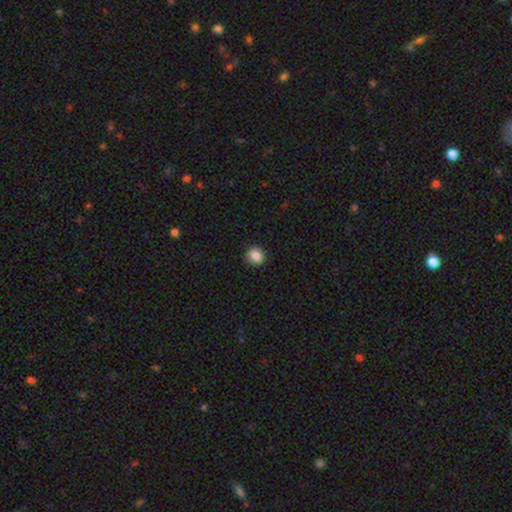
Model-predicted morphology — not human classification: A smooth galaxy with no disk features (86%) that is round (81%).

Vote fractions:
- Smooth or featured? smooth: 86% / star or artifact: 10% / featured or disk: 4%
- How rounded? round: 81% / in between: 18% / cigar-shaped: 1%
- Merging? none: 88% / minor disturbance: 9% / major disturbance: 2% / merger: 1%